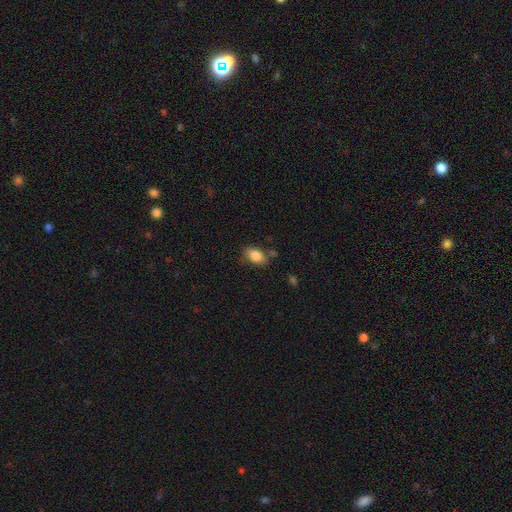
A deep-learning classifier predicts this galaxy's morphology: Smooth or featured?
  - smooth: 85% *
  - star or artifact: 8%
  - featured or disk: 7%
How rounded?
  - in between: 90% *
  - round: 8%
  - cigar-shaped: 2%
Merging?
  - none: 75% *
  - minor disturbance: 15%
  - merger: 6%
  - major disturbance: 4%